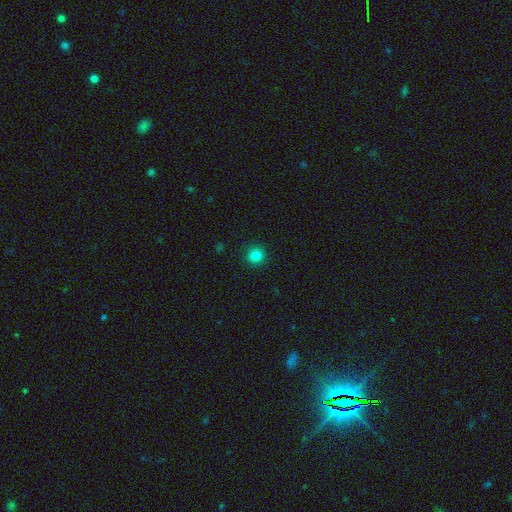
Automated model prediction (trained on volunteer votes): Smooth or featured?
  - smooth: 83% *
  - star or artifact: 12%
  - featured or disk: 4%
How rounded?
  - round: 91% *
  - in between: 8%
  - cigar-shaped: 1%
Merging?
  - none: 91% *
  - minor disturbance: 6%
  - major disturbance: 2%
  - merger: 1%